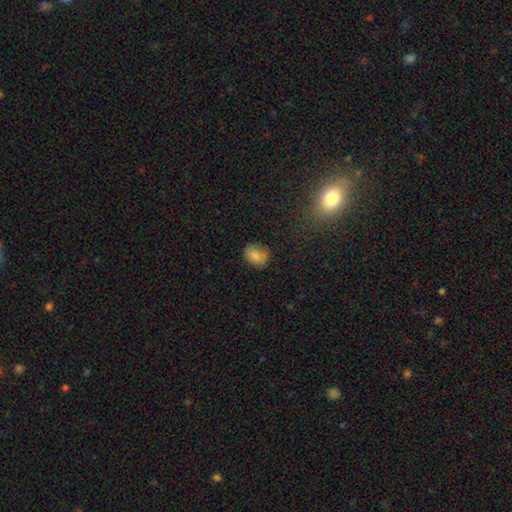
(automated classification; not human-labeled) Overall: smooth (82%). How rounded: round (51%; in between 48%). Merging: none (76%).